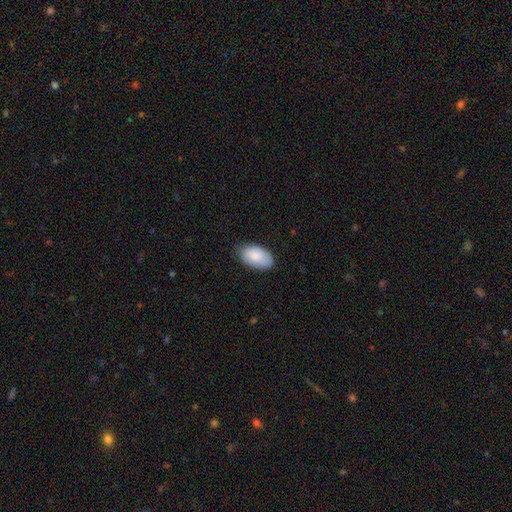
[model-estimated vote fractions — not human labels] Smooth or featured?
  - smooth: 87% *
  - featured or disk: 7%
  - star or artifact: 6%
How rounded?
  - in between: 96% *
  - round: 3%
  - cigar-shaped: 1%
Merging?
  - none: 78% *
  - minor disturbance: 18%
  - major disturbance: 3%
  - merger: 1%